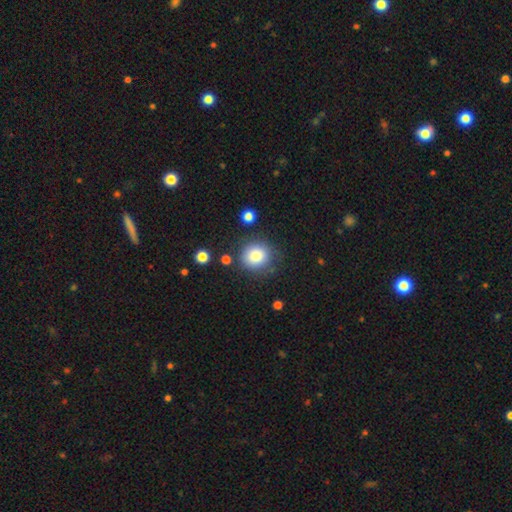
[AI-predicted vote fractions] The model was most divided on "merging": none: 79%, minor disturbance: 13%, major disturbance: 5%, merger: 4%. More confident: smooth or featured — smooth (84%); how rounded — round (84%).